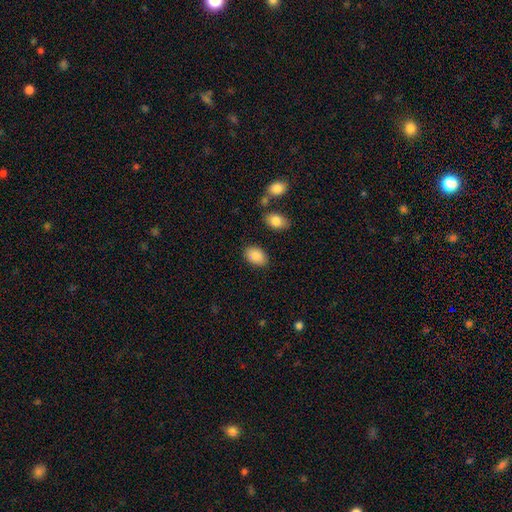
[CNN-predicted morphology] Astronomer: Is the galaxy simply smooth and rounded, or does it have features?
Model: smooth — 88%.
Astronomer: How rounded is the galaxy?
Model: in between — 89%.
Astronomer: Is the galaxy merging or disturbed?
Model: none — 84%.